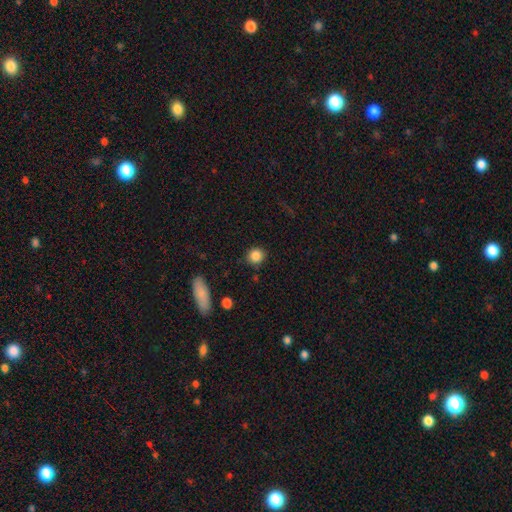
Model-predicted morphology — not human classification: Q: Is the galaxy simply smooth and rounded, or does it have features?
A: smooth — 86%.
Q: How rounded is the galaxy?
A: round — 85%.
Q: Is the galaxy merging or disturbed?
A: none — 87%.